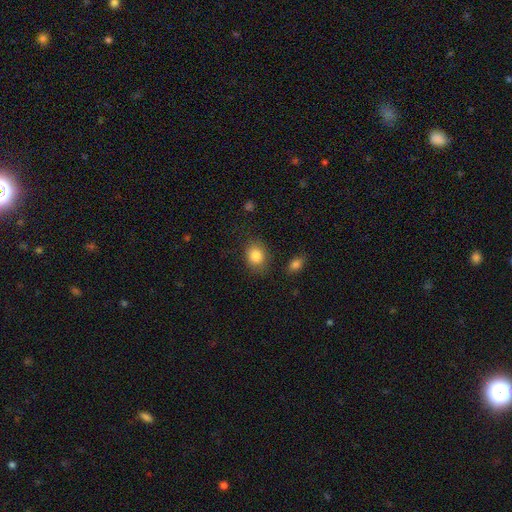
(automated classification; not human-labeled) A smooth galaxy with no disk features (85%) that is round (51%).

Vote fractions:
- Smooth or featured? smooth: 85% / star or artifact: 9% / featured or disk: 6%
- How rounded? round: 51% / in between: 48% / cigar-shaped: 1%
- Merging? none: 80% / minor disturbance: 14% / major disturbance: 4% / merger: 3%